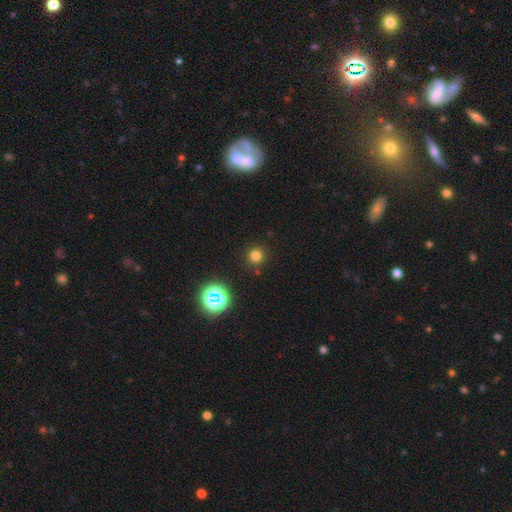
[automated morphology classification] This is likely a smooth galaxy (73%). How rounded: clearly round (95%). Merging: clearly none (88%).